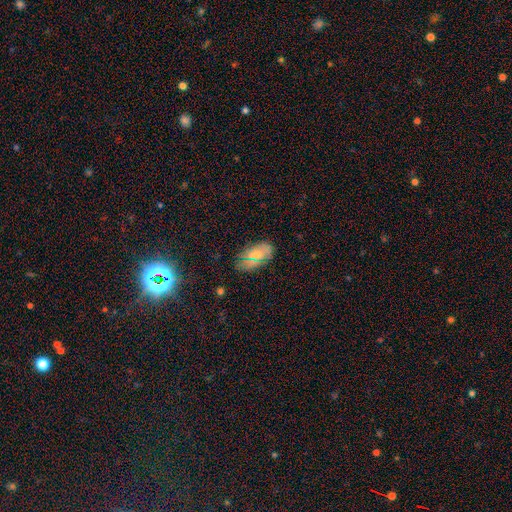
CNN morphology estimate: This appears to be a smooth galaxy with no disk features (73%) that is in between round and cigar-shaped (92%). Merging: none (82%).